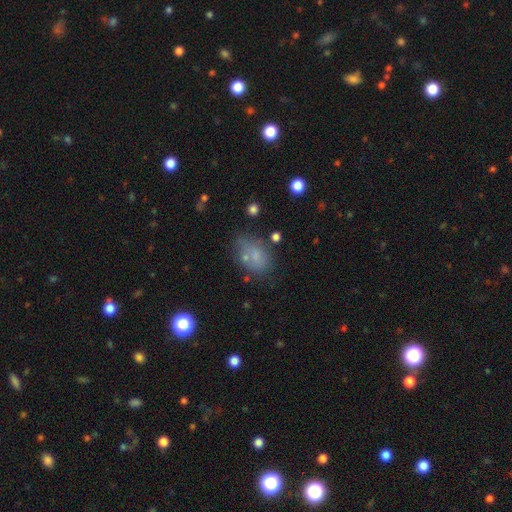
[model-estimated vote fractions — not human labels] A smooth galaxy with no disk features (67%) that is in between round and cigar-shaped (81%).

Vote fractions:
- Smooth or featured? smooth: 67% / featured or disk: 17% / star or artifact: 16%
- How rounded? in between: 81% / round: 17% / cigar-shaped: 2%
- Merging? none: 59% / minor disturbance: 21% / merger: 11% / major disturbance: 9%